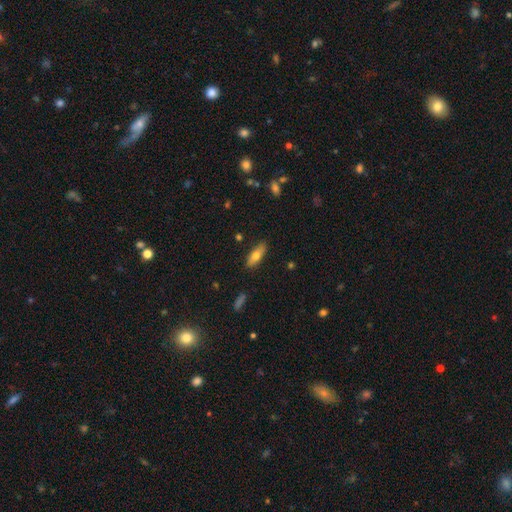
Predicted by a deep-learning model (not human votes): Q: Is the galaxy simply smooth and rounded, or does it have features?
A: smooth — 69%.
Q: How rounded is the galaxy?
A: in between — 62%.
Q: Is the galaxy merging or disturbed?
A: none — 86%.